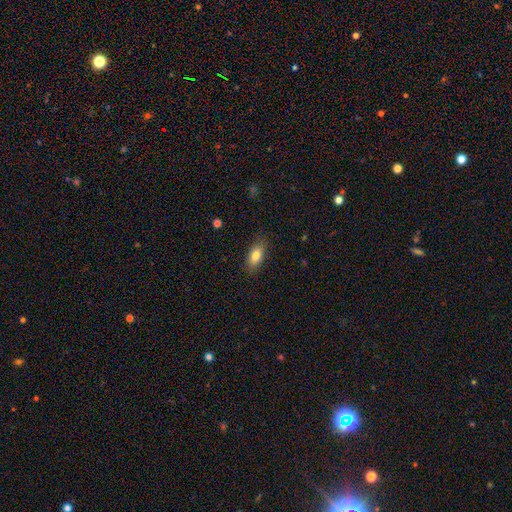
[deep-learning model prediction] Smooth or featured: smooth — 82% (featured or disk — 10%)
How rounded: in between — 87% (cigar-shaped — 8%)
Merging: none — 85% (minor disturbance — 11%)